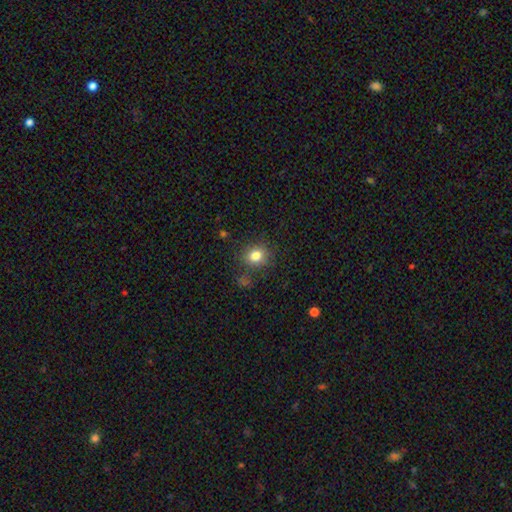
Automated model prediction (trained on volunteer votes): smooth 80%, star or artifact 13%, featured or disk 7%. Down the decision tree: how rounded — round (74%); merging — none (80%).